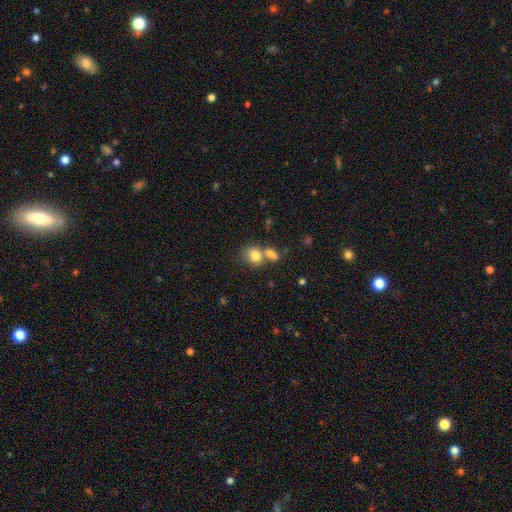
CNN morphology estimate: smooth-or-featured: smooth: 80% | featured or disk: 11% | star or artifact: 10%
  how-rounded: round: 56% | in between: 43% | cigar-shaped: 1%
  merging: merger: 46% | none: 39% | minor disturbance: 10% | major disturbance: 4%